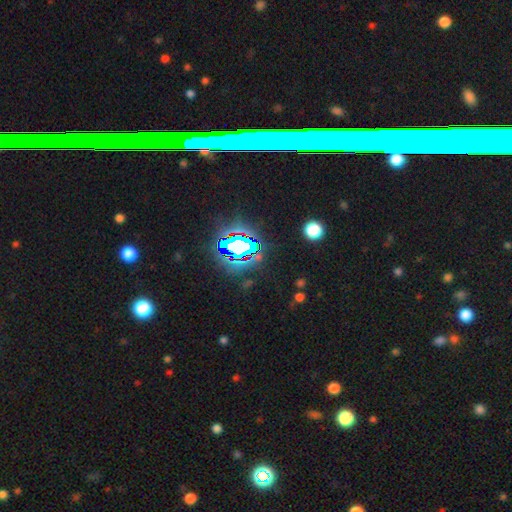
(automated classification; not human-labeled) smooth_or_featured: star or artifact (p=0.69) [alt: smooth p=0.17]